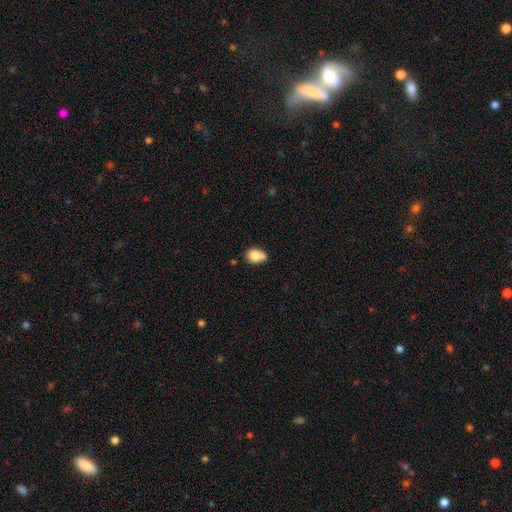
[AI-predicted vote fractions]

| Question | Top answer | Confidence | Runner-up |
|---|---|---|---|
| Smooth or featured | smooth | 78% | featured or disk (13%) |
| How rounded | in between | 58% | round (40%) |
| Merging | none | 43% | merger (32%) |